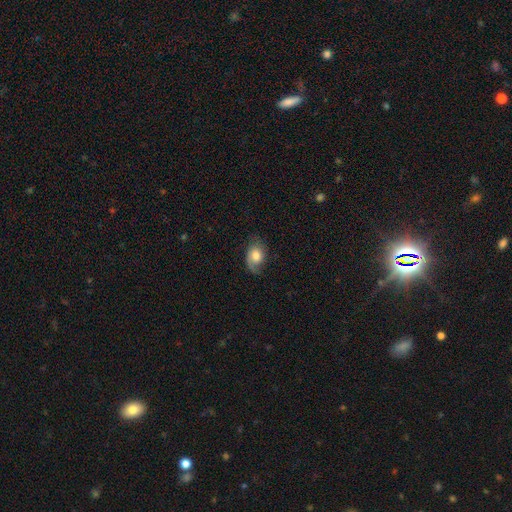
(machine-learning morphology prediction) Smooth or featured?
  - smooth: 54% *
  - featured or disk: 38%
  - star or artifact: 8%
How rounded?
  - in between: 74% *
  - round: 25%
  - cigar-shaped: 1%
Merging?
  - none: 60% *
  - minor disturbance: 26%
  - major disturbance: 13%
  - merger: 1%